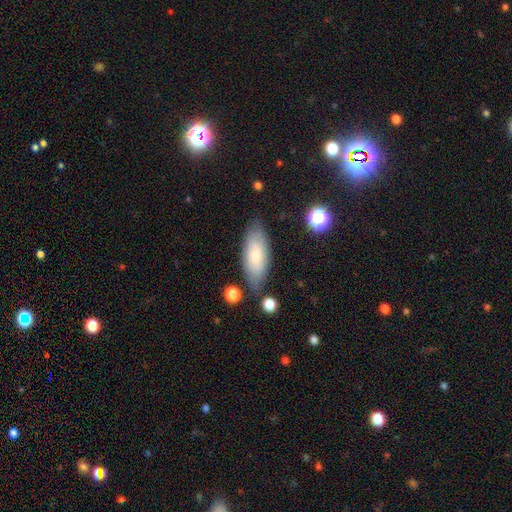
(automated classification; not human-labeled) This is likely a smooth galaxy (67%). How rounded: likely in between (79%). Merging: likely none (73%).